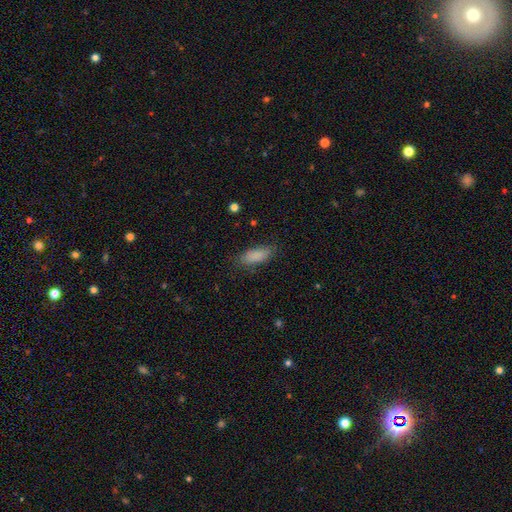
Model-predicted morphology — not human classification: Smooth or featured: smooth — 87% (star or artifact — 7%)
How rounded: in between — 73% (cigar-shaped — 25%)
Merging: none — 80% (minor disturbance — 15%)